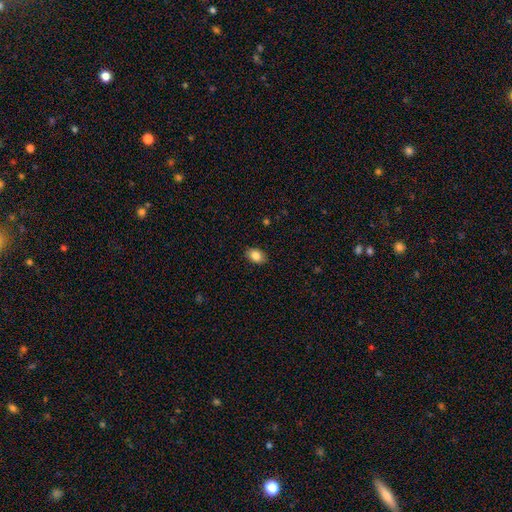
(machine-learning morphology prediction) The model was most divided on "how rounded": in between: 80%, round: 19%, cigar-shaped: 1%. More confident: merging — none (88%); smooth or featured — smooth (85%).